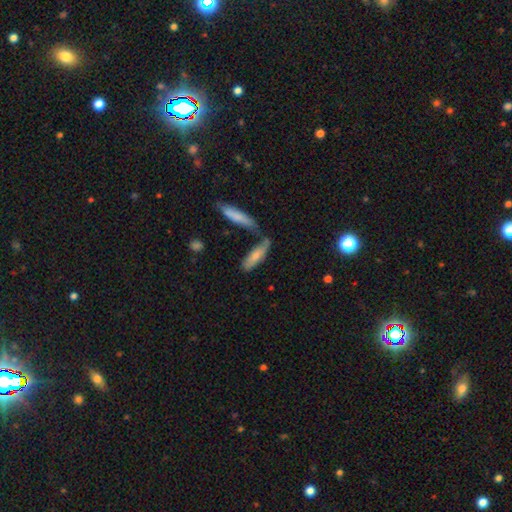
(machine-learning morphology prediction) smooth 72%, featured or disk 22%, star or artifact 6%. Down the decision tree: how rounded — cigar-shaped (57%); merging — none (46%).